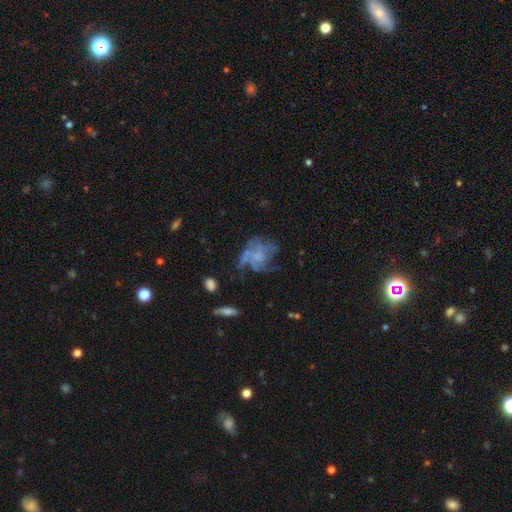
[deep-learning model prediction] Smooth or featured?
  - featured or disk: 59% *
  - smooth: 28%
  - star or artifact: 12%
Edge-on disk?
  - no: 97% *
  - yes: 3%
Bar?
  - no: 83% *
  - weak: 14%
  - strong: 3%
Spiral arms?
  - yes: 51% *
  - no: 49%
Bulge size?
  - none: 47% *
  - small: 23%
  - moderate: 22%
  - large: 6%
  - dominant: 2%
Merging?
  - none: 42% *
  - major disturbance: 32%
  - minor disturbance: 21%
  - merger: 5%